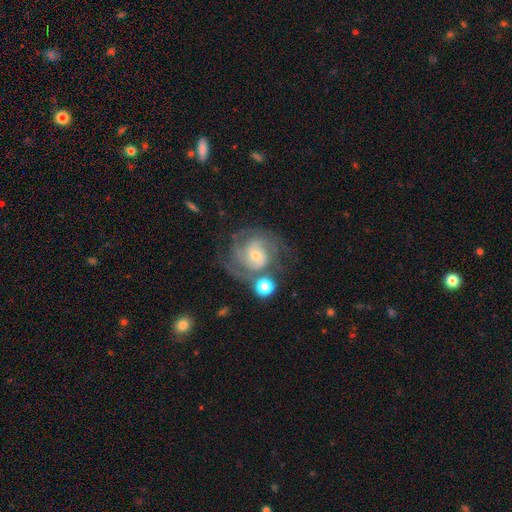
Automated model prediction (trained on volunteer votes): smooth-or-featured: featured or disk: 85% | smooth: 9% | star or artifact: 6%
  disk-edge-on: no: 98% | yes: 2%
    bar: no: 61% | weak: 31% | strong: 8%
    has-spiral-arms: yes: 96% | no: 4%
      spiral-winding: tight: 56% | medium: 36% | loose: 8%
      spiral-arm-count: 2: 31% | 3: 28% | can't tell: 22% | 4: 9% | 1: 5% | more than 4: 5%
    bulge-size: small: 65% | moderate: 30% | large: 2% | none: 2% | dominant: 1%
  merging: none: 62% | minor disturbance: 17% | major disturbance: 11% | merger: 9%